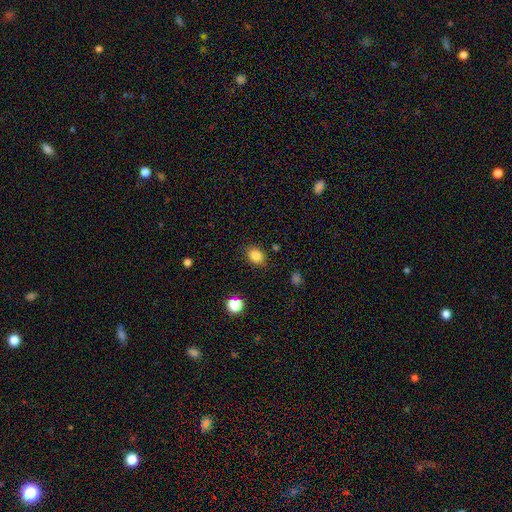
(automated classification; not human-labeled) Smooth or featured? Predicted: smooth (p=0.84). How rounded? Predicted: in between (p=0.55). Merging? Predicted: none (p=0.85).